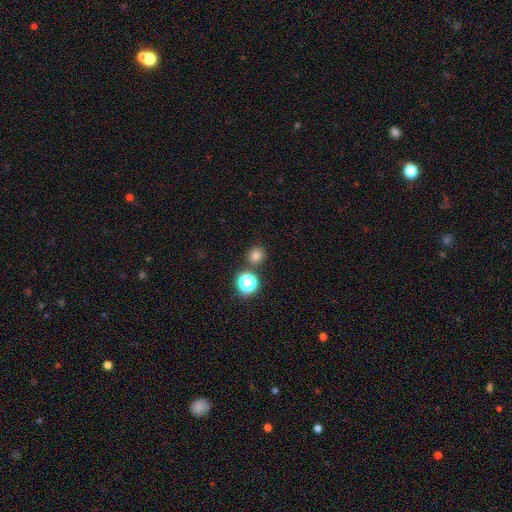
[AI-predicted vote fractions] This appears to be a smooth galaxy with no disk features (76%) that is round (90%). Merging: none (84%).